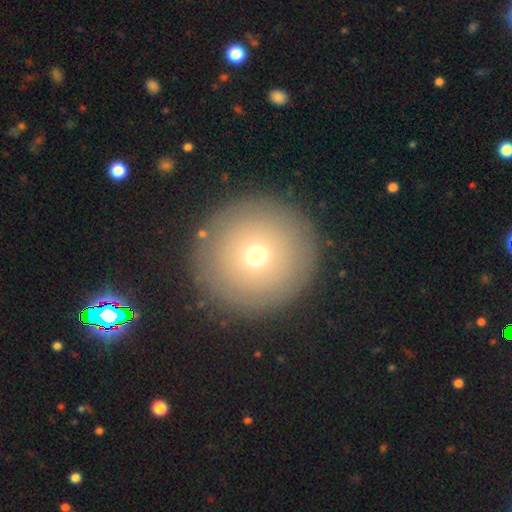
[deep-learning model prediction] The model was most divided on "smooth or featured": smooth: 69%, featured or disk: 16%, star or artifact: 15%. More confident: how rounded — round (96%); merging — none (90%).